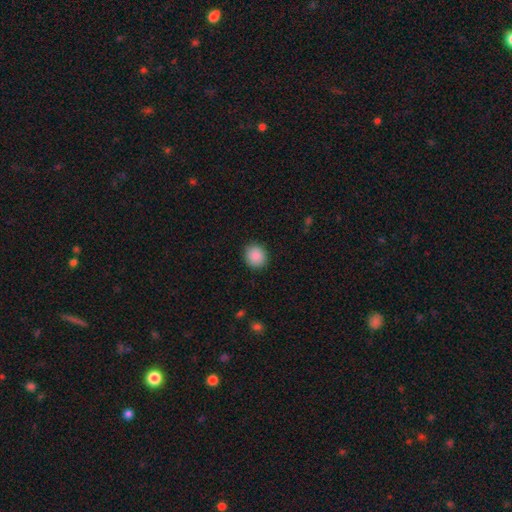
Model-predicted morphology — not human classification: type=smooth (89%); roundness=round (83%); merging=none (90%).